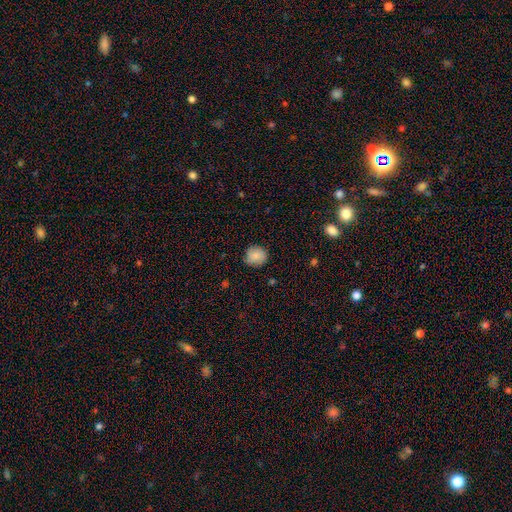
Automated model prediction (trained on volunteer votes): smooth-or-featured: smooth: 83% | featured or disk: 9% | star or artifact: 8%
  how-rounded: round: 86% | in between: 13% | cigar-shaped: 1%
  merging: none: 83% | minor disturbance: 14% | major disturbance: 3% | merger: 1%